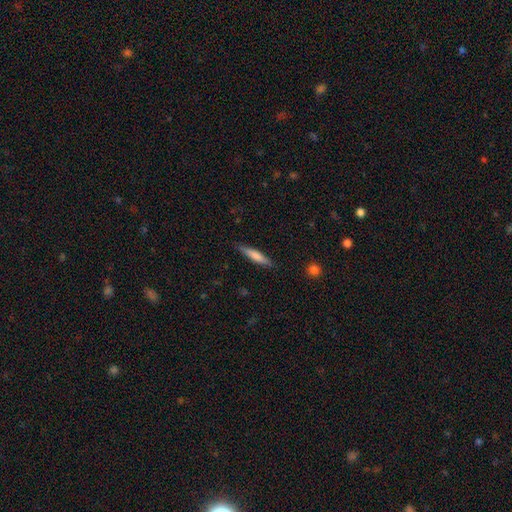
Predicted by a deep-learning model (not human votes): Q: Smooth or featured?
A: smooth (67%); runner-up: featured or disk (27%)
Q: How rounded?
A: cigar-shaped (89%); runner-up: in between (10%)
Q: Merging?
A: none (87%); runner-up: minor disturbance (10%)